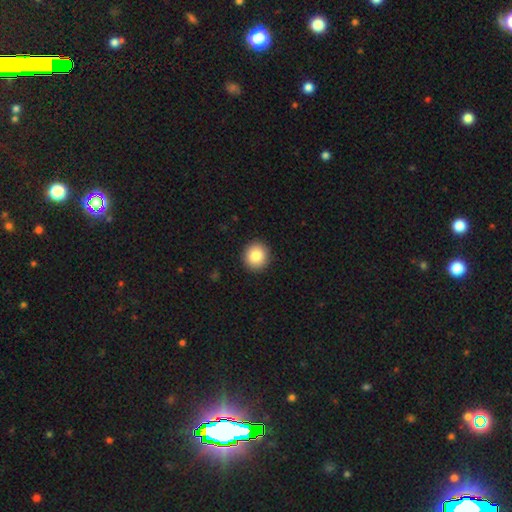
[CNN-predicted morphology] Smooth or featured? smooth (85%)
How rounded? round (88%)
Merging? none (92%)